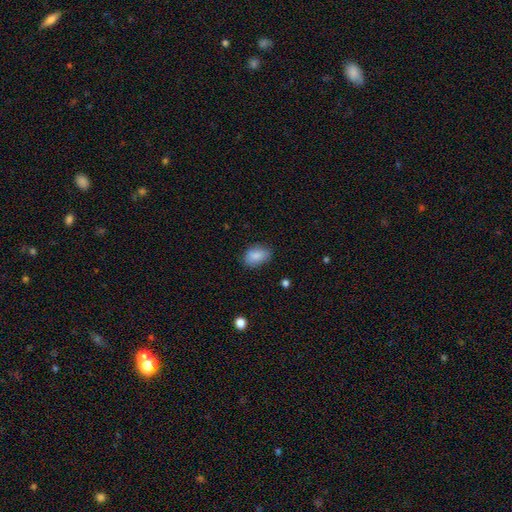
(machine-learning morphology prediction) Smooth or featured? Predicted: smooth (p=0.86). How rounded? Predicted: in between (p=0.86). Merging? Predicted: none (p=0.79).